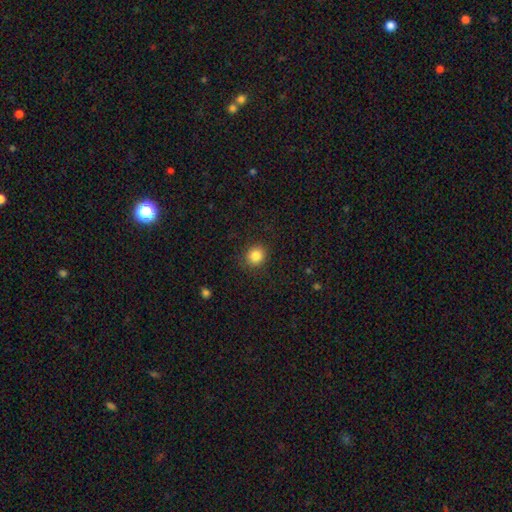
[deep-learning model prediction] A smooth galaxy with no disk features (85%) that is round (84%). Merging: none (88%).